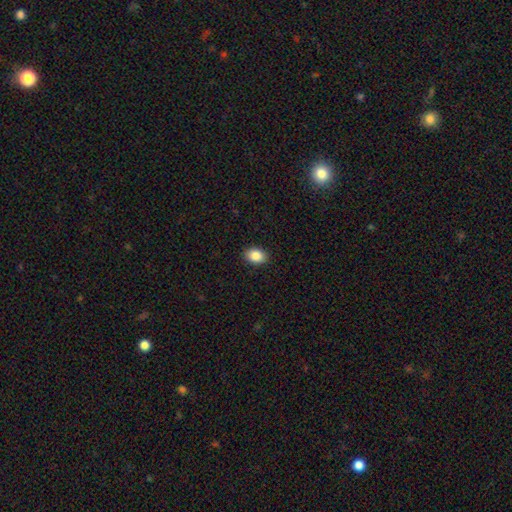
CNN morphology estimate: type=smooth (87%); roundness=in between (75%); merging=none (91%).